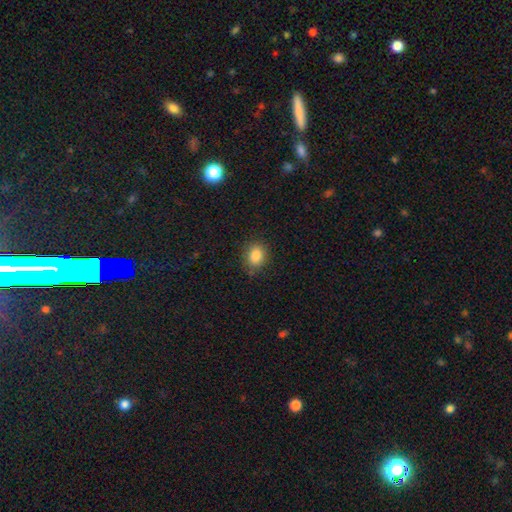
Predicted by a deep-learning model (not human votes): smooth-or-featured: smooth: 85% | star or artifact: 10% | featured or disk: 5%
  how-rounded: round: 55% | in between: 44% | cigar-shaped: 1%
  merging: none: 81% | minor disturbance: 14% | major disturbance: 3% | merger: 2%